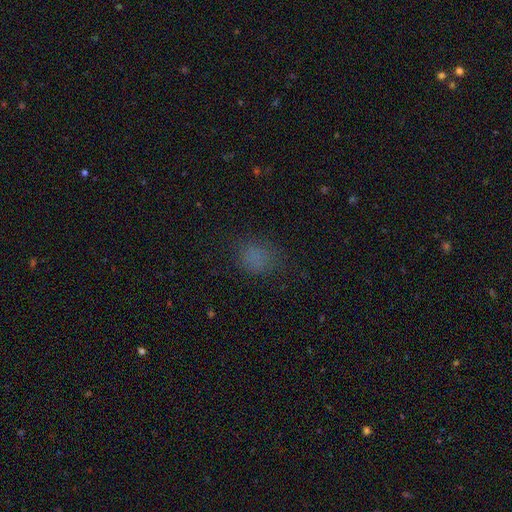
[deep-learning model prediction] Morphology: type=smooth (75%); roundness=round (64%); merging=none (76%).